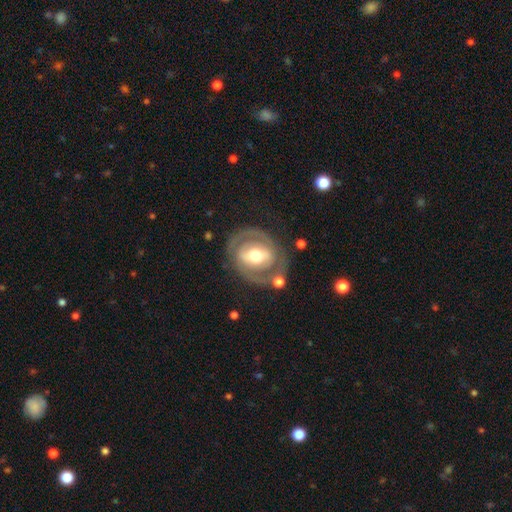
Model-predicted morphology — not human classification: Overall: featured or disk (73%). Edge-on disk: no (95%). Bar: strong (38%; weak 33%). Spiral arms: yes (60%; no 40%). Bulge size: moderate (66%). Merging: none (69%).